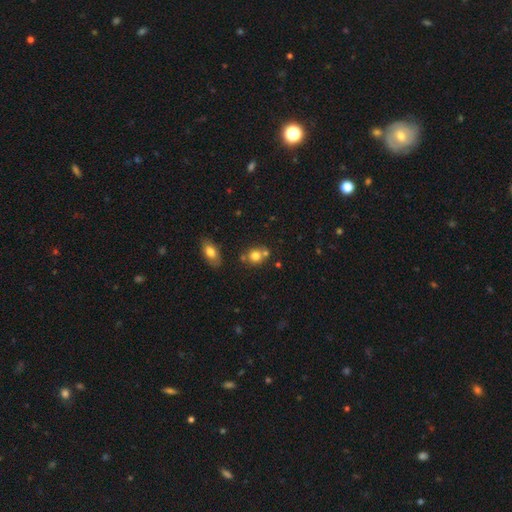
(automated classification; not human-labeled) smooth_or_featured: smooth (p=0.76) [alt: featured or disk p=0.12]
how_rounded: round (p=0.76) [alt: in between p=0.23]
merging: none (p=0.57) [alt: merger p=0.28]